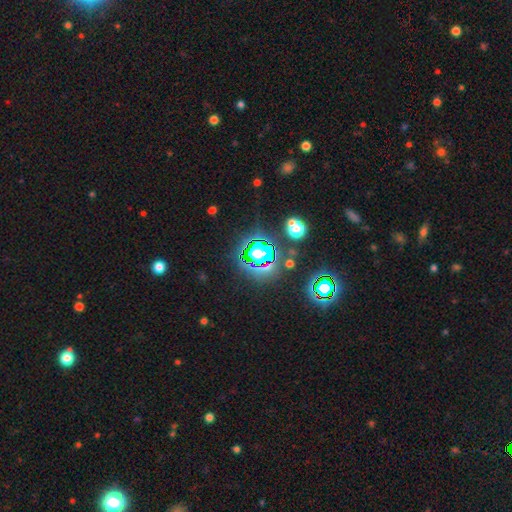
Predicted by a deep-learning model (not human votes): Q: Smooth or featured?
A: star or artifact (70%); runner-up: smooth (18%)